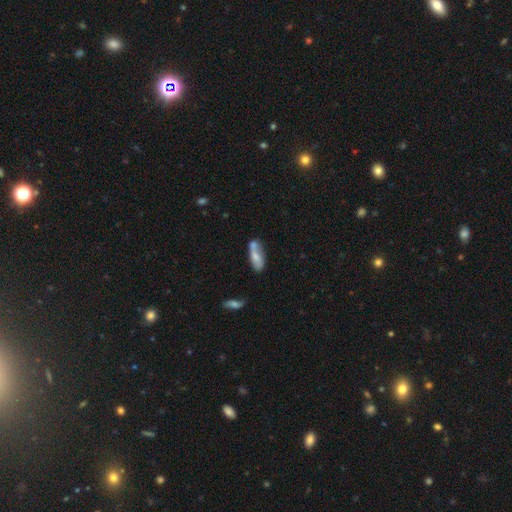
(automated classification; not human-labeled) Morphology: type=smooth (66%); roundness=in between (69%); merging=none (37%).